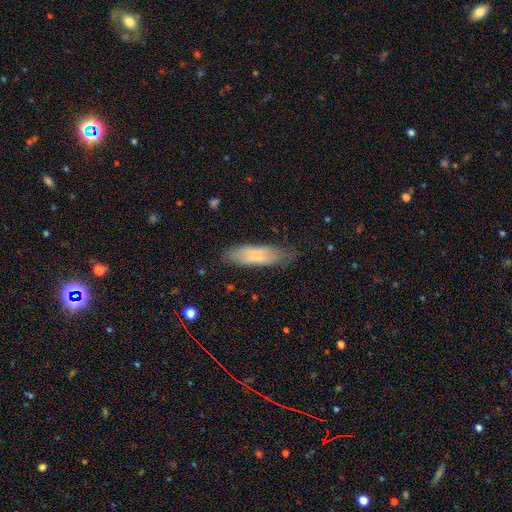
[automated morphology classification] Smooth or featured? smooth (62%)
How rounded? in between (53%)
Merging? none (67%)